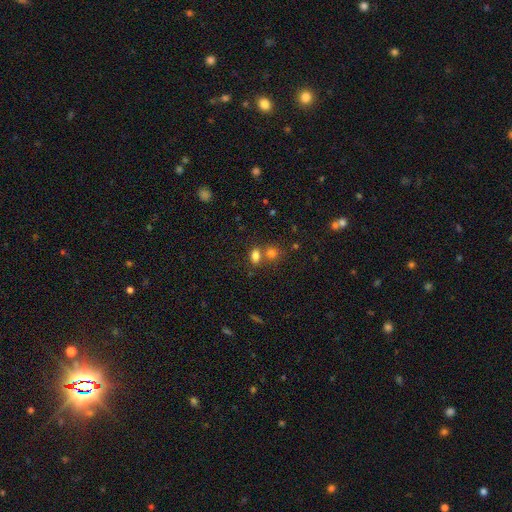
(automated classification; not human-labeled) A smooth galaxy with no disk features (79%) that is in between round and cigar-shaped (75%). Merging: none (51%).